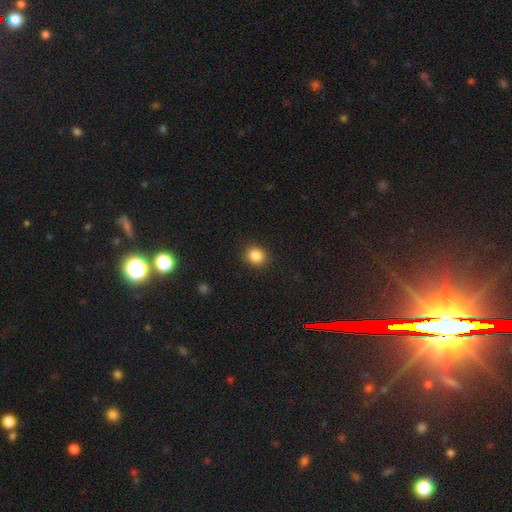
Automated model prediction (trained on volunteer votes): This is clearly a smooth galaxy (86%). How rounded: likely round (73%). Merging: clearly none (89%).